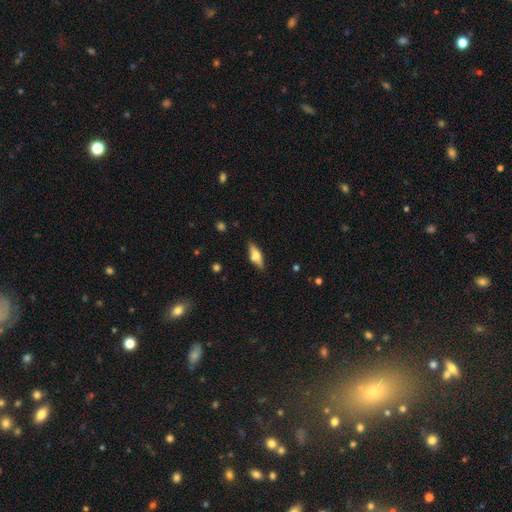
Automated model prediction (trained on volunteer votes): A smooth galaxy with no disk features (50%). Merging: none (83%).